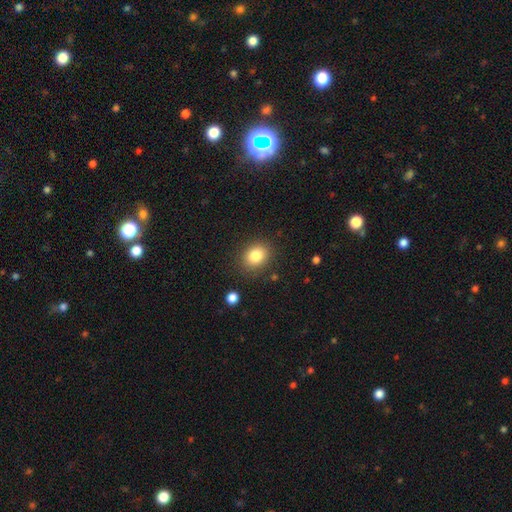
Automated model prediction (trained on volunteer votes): The model was most divided on "how rounded": round: 57%, in between: 42%, cigar-shaped: 1%. More confident: merging — none (85%); smooth or featured — smooth (82%).